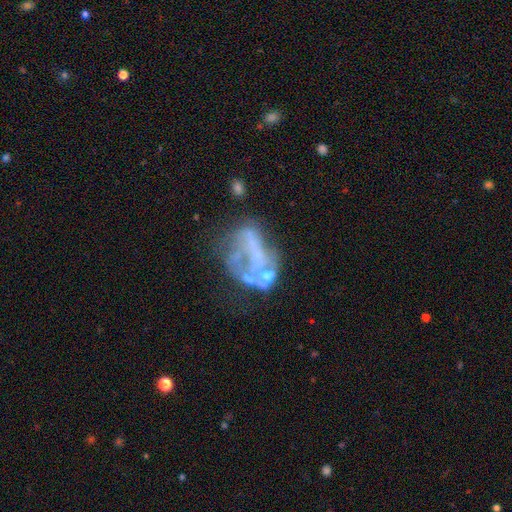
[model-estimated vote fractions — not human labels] Morphology: type=featured or disk (64%); edge-on=no (97%); bar=no (81%); spiral arms=no (83%); bulge=none (72%); merging=major disturbance (34%).